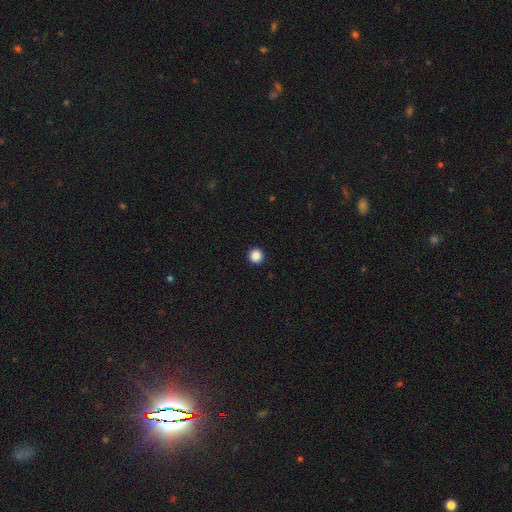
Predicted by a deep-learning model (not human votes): This appears to be a smooth galaxy with no disk features (88%) that is round (96%). Merging: none (94%).